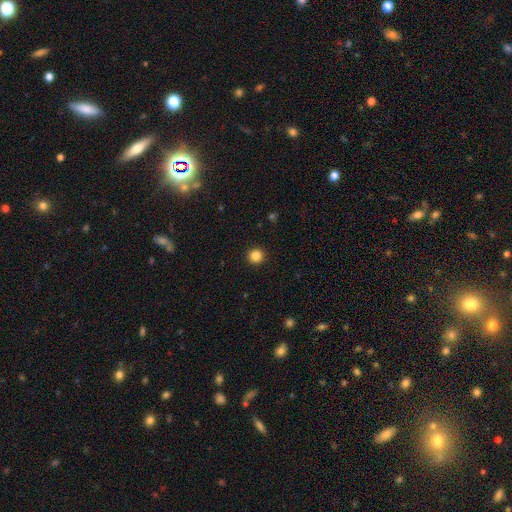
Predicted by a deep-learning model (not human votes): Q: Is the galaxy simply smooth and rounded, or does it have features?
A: smooth — 85%.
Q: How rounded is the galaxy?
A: round — 95%.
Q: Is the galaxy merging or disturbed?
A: none — 93%.